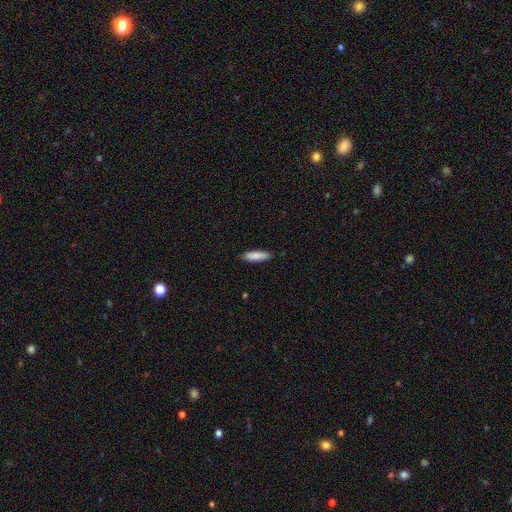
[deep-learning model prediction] Smooth or featured? smooth (87%)
How rounded? cigar-shaped (59%)
Merging? none (89%)